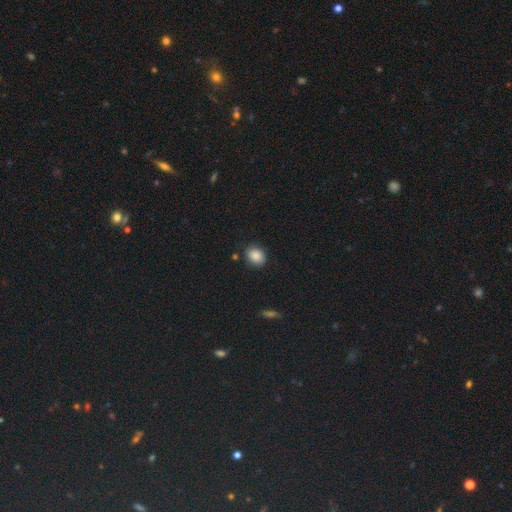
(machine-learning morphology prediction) smooth-or-featured: smooth: 87% | star or artifact: 9% | featured or disk: 4%
  how-rounded: in between: 52% | round: 47% | cigar-shaped: 1%
  merging: none: 83% | minor disturbance: 12% | major disturbance: 3% | merger: 2%